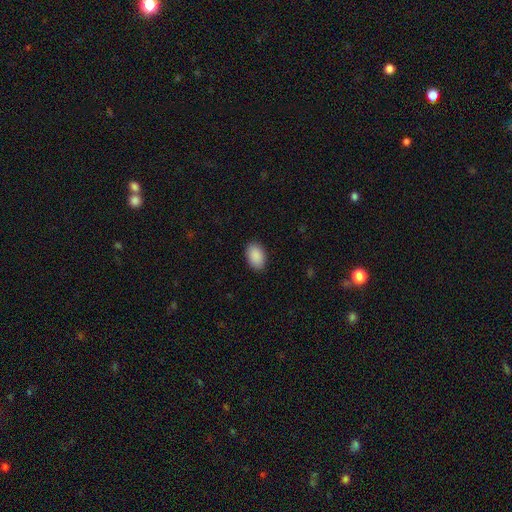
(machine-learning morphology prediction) A smooth galaxy with no disk features (91%) that is in between round and cigar-shaped (90%). Merging: none (89%).